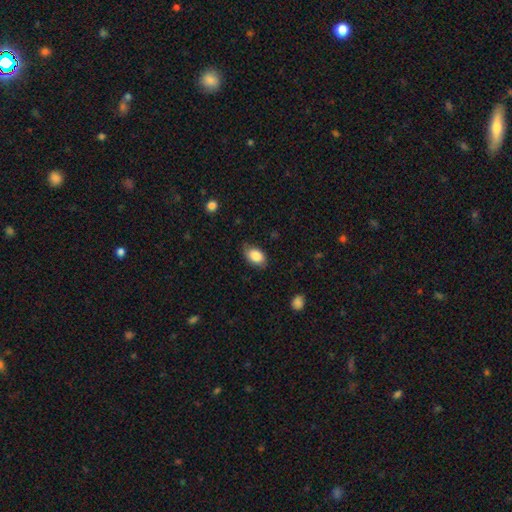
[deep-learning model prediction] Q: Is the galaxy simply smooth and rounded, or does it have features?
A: smooth — 86%.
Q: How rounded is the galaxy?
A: in between — 88%.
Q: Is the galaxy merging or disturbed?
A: none — 72%.